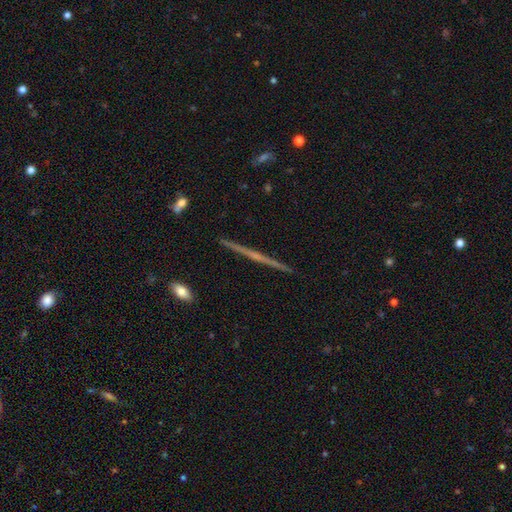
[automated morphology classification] This is likely a featured or disk galaxy (74%). It is clearly viewed edge-on (98%). Edge-on bulge: possibly none (57%). Merging: clearly none (92%).